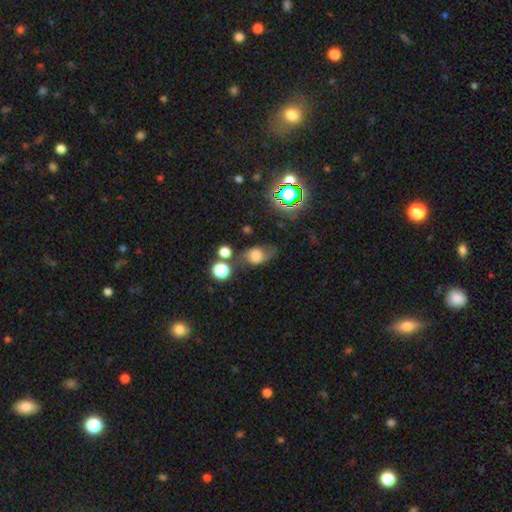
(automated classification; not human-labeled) smooth 49%, featured or disk 35%, star or artifact 16%. Down the decision tree: merging — none (49%).